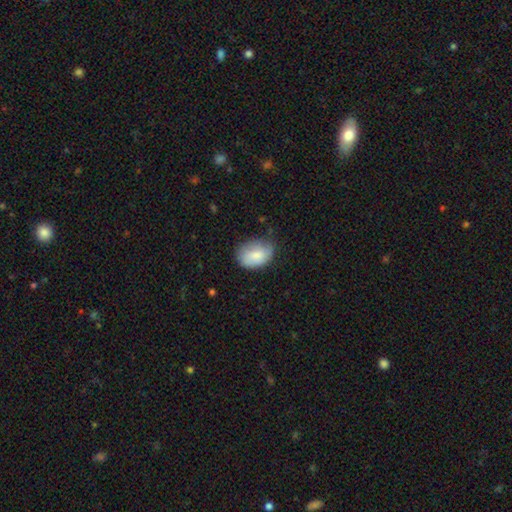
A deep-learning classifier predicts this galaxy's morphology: Q: Smooth or featured?
A: smooth (81%); runner-up: featured or disk (13%)
Q: How rounded?
A: in between (82%); runner-up: round (16%)
Q: Merging?
A: none (59%); runner-up: minor disturbance (32%)